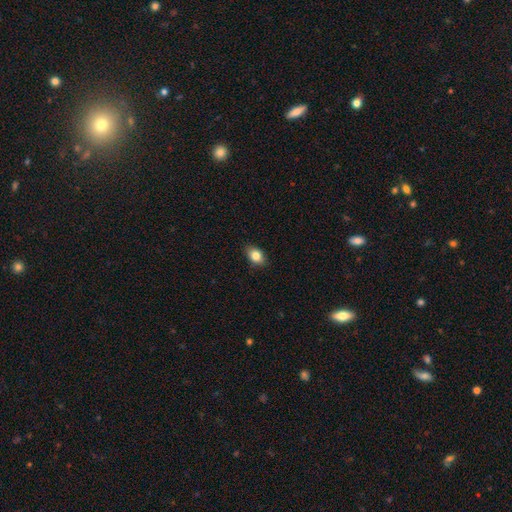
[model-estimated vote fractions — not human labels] Smooth or featured?
  - smooth: 83% *
  - featured or disk: 9%
  - star or artifact: 9%
How rounded?
  - in between: 79% *
  - round: 19%
  - cigar-shaped: 2%
Merging?
  - none: 86% *
  - minor disturbance: 11%
  - major disturbance: 2%
  - merger: 1%